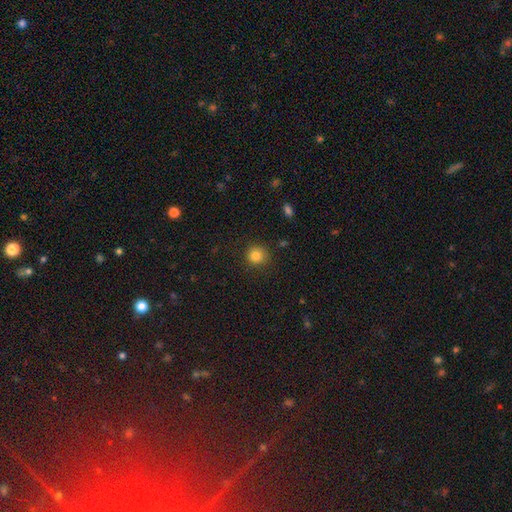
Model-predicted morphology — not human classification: smooth-or-featured: smooth: 84% | star or artifact: 11% | featured or disk: 5%
  how-rounded: round: 90% | in between: 10% | cigar-shaped: 1%
  merging: none: 85% | minor disturbance: 10% | major disturbance: 3% | merger: 1%